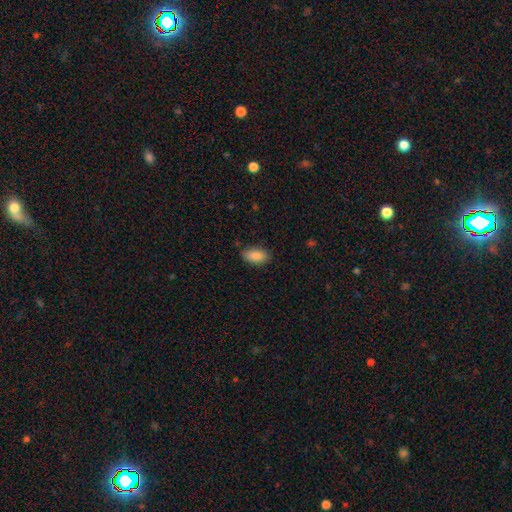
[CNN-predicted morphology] A smooth galaxy with no disk features (89%) that is in between round and cigar-shaped (92%). Merging: none (80%).